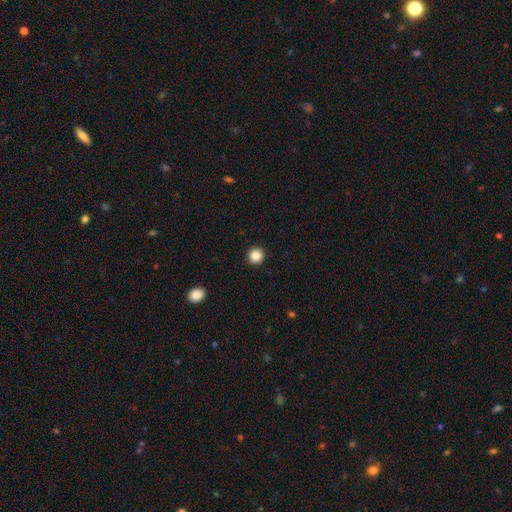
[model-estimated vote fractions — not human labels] smooth-or-featured: smooth: 87% | star or artifact: 11% | featured or disk: 3%
  how-rounded: round: 95% | in between: 4% | cigar-shaped: 1%
  merging: none: 93% | minor disturbance: 4% | major disturbance: 2% | merger: 1%